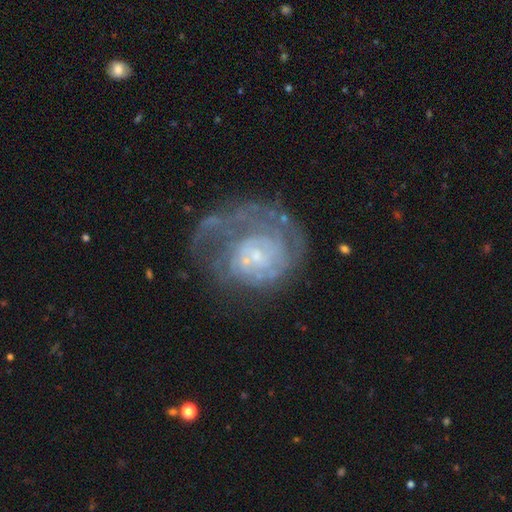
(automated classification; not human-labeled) The model was most divided on "merging" (2-way tie): major disturbance: 38%, none: 38%, minor disturbance: 18%, merger: 6%. Remaining: edge-on disk — no (98%); spiral arms — yes (82%); smooth or featured — featured or disk (79%); bar — no (73%); bulge size — small (69%); spiral winding — tight (59%); spiral arm count — can't tell (41%).